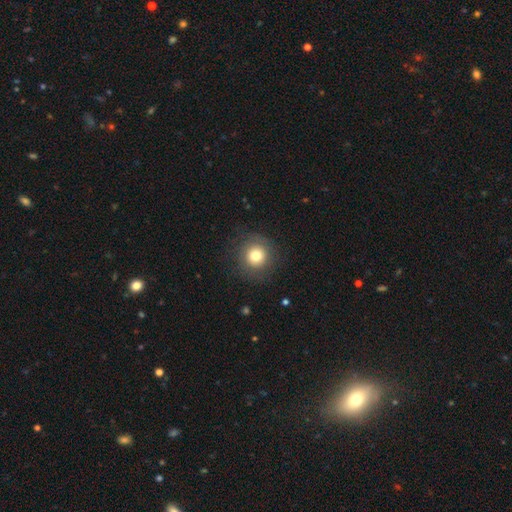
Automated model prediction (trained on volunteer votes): smooth 77%, featured or disk 12%, star or artifact 11%. Down the decision tree: how rounded — round (94%); merging — none (86%).